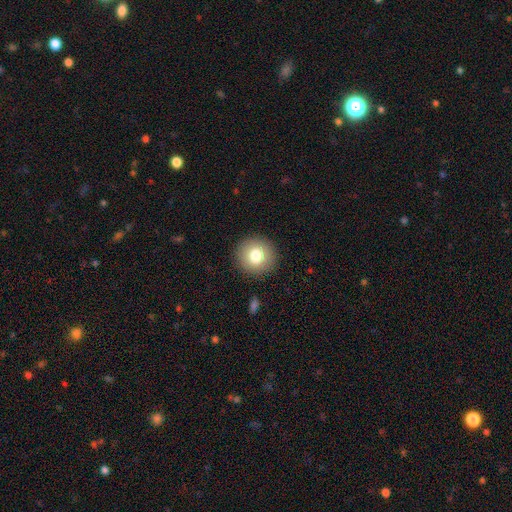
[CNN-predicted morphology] type=smooth (79%); roundness=round (93%); merging=none (91%).